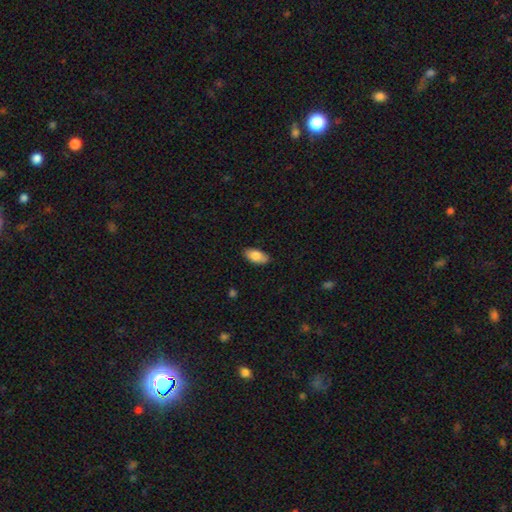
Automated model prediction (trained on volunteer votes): Overall: smooth (85%). How rounded: in between (92%). Merging: none (86%).